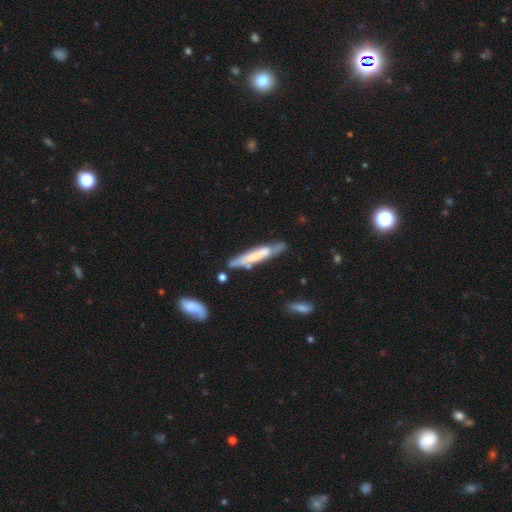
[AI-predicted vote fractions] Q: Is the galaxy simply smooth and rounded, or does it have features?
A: smooth — 49%.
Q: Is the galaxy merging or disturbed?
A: none — 64%.